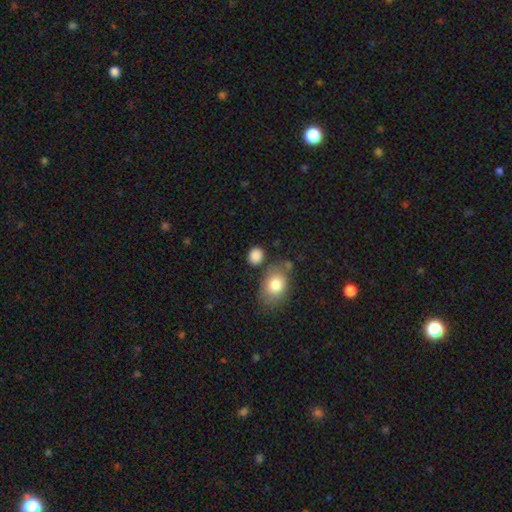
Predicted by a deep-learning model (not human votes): A smooth galaxy with no disk features (86%) that is round (58%).

Vote fractions:
- Smooth or featured? smooth: 86% / star or artifact: 9% / featured or disk: 5%
- How rounded? round: 58% / in between: 41% / cigar-shaped: 2%
- Merging? none: 74% / minor disturbance: 13% / merger: 8% / major disturbance: 4%